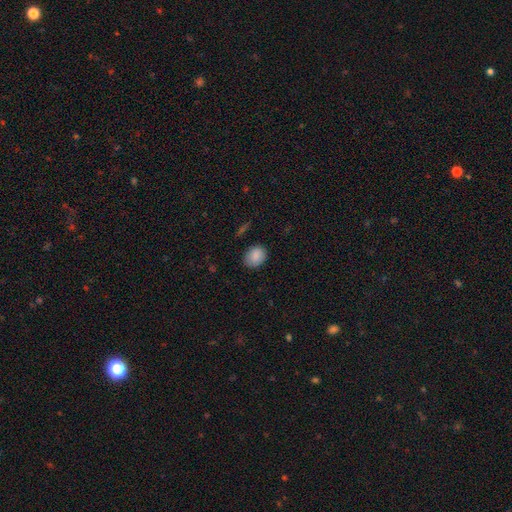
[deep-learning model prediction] This is clearly a smooth galaxy (87%). How rounded: possibly in between (53%). Merging: clearly none (83%).